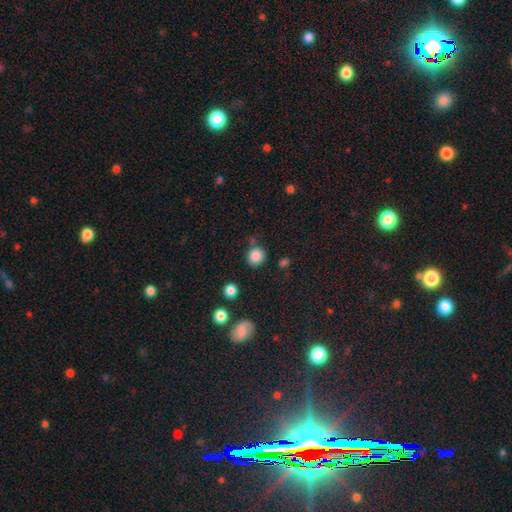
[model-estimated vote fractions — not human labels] Smooth or featured: smooth — 85% (star or artifact — 11%)
How rounded: round — 83% (in between — 16%)
Merging: none — 74% (minor disturbance — 15%)